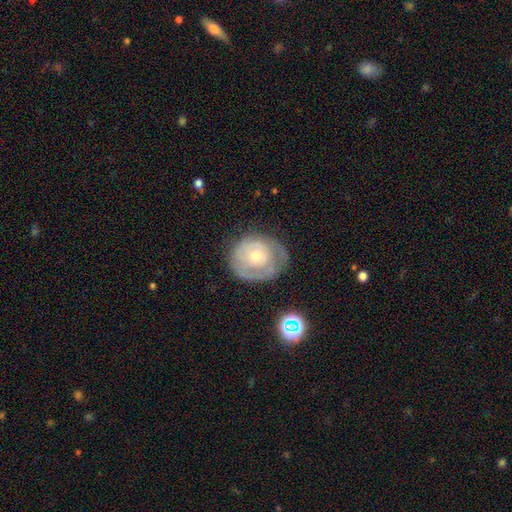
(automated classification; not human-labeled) Morphology: type=featured or disk (57%); edge-on=no (97%); bar=no (85%); spiral arms=yes (57%); bulge=small (56%); merging=none (55%).